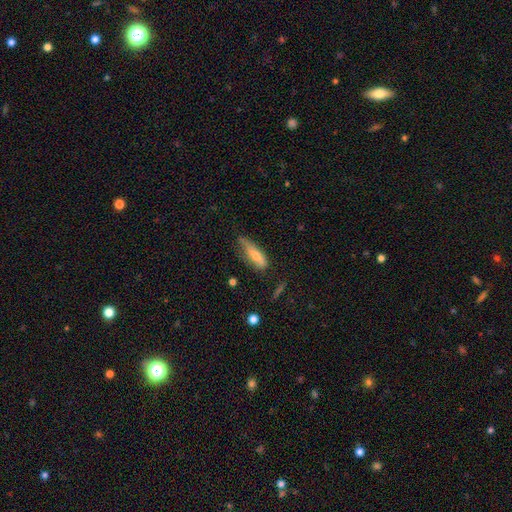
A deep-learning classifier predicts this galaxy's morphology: Smooth or featured? smooth (65%)
How rounded? cigar-shaped (54%)
Merging? none (52%)